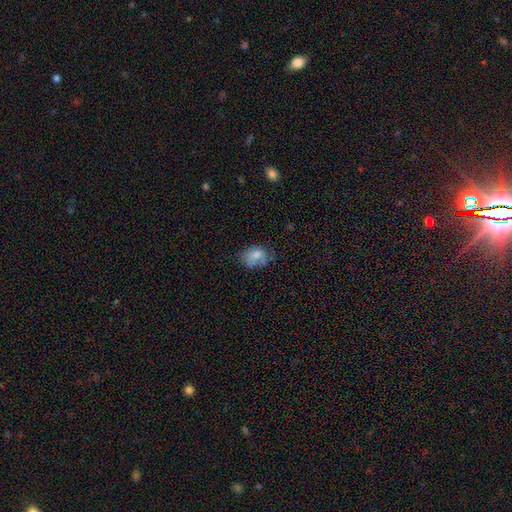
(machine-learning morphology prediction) smooth 78%, featured or disk 13%, star or artifact 9%. Down the decision tree: how rounded — in between (68%); merging — none (53%).